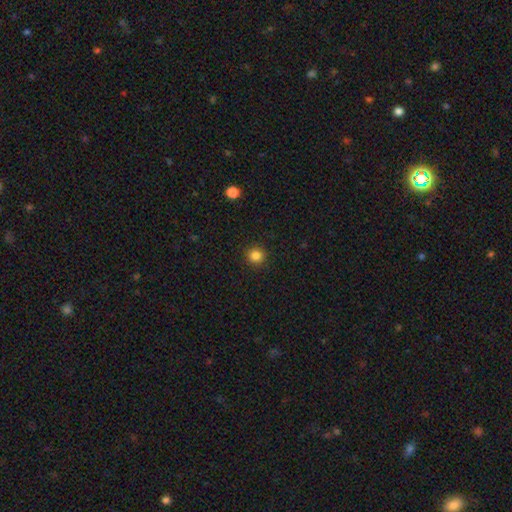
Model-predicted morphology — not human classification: A smooth galaxy with no disk features (84%) that is round (93%).

Vote fractions:
- Smooth or featured? smooth: 84% / star or artifact: 12% / featured or disk: 4%
- How rounded? round: 93% / in between: 6% / cigar-shaped: 1%
- Merging? none: 92% / minor disturbance: 5% / major disturbance: 2% / merger: 1%